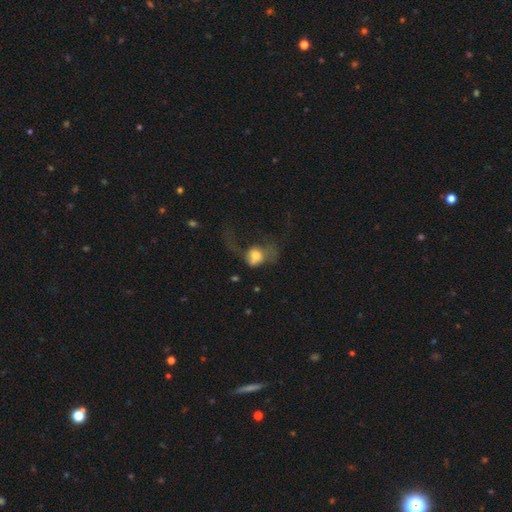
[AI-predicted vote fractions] Overall: smooth (62%; featured or disk 29%). How rounded: in between (50%; round 49%). Merging: major disturbance (63%).